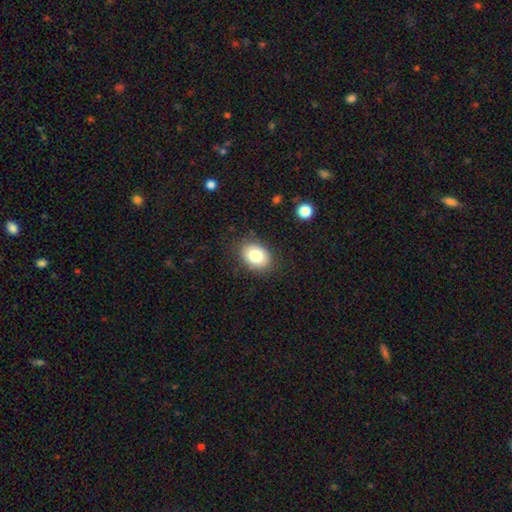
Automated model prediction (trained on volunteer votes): Smooth or featured? smooth (80%)
How rounded? in between (69%)
Merging? none (85%)